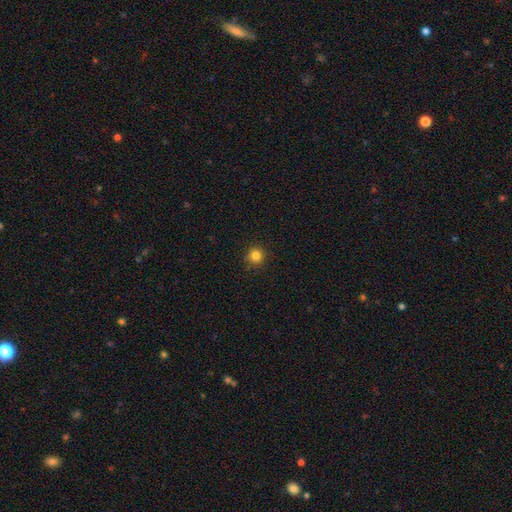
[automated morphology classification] Q: Smooth or featured?
A: smooth (83%); runner-up: star or artifact (12%)
Q: How rounded?
A: round (95%); runner-up: in between (4%)
Q: Merging?
A: none (91%); runner-up: minor disturbance (6%)